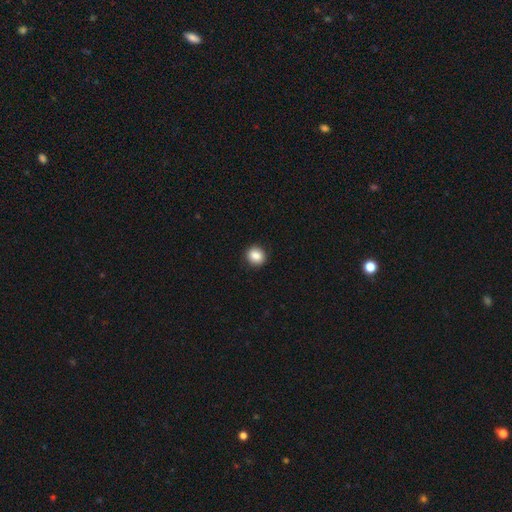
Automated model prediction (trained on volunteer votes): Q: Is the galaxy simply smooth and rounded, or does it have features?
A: smooth — 87%.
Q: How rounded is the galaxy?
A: round — 77%.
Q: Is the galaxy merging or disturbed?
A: none — 91%.